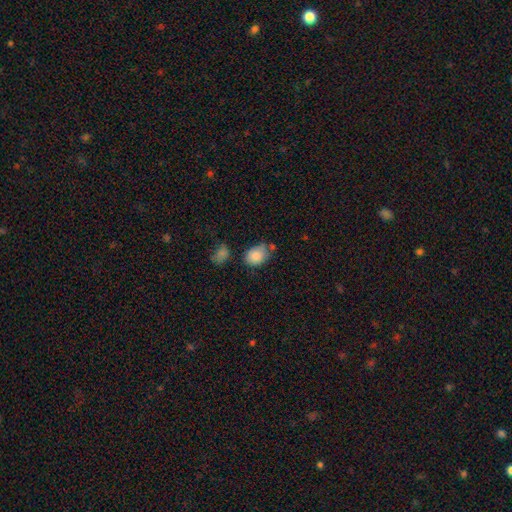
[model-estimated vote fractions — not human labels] Smooth or featured?
  - smooth: 85% *
  - star or artifact: 8%
  - featured or disk: 7%
How rounded?
  - in between: 68% *
  - round: 31%
  - cigar-shaped: 1%
Merging?
  - none: 53% *
  - minor disturbance: 28%
  - merger: 12%
  - major disturbance: 8%